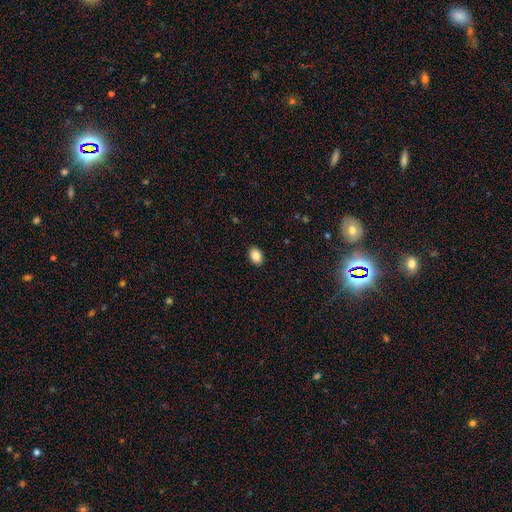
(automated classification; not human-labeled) This is clearly a smooth galaxy (87%). How rounded: likely in between (77%). Merging: clearly none (91%).